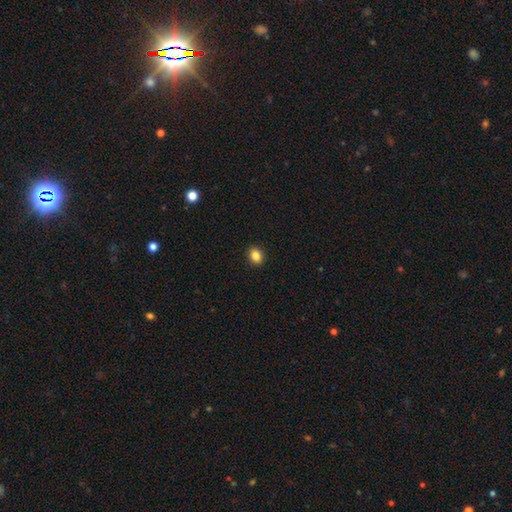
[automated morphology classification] This is clearly a smooth galaxy (86%). How rounded: possibly round (51%). Merging: clearly none (92%).